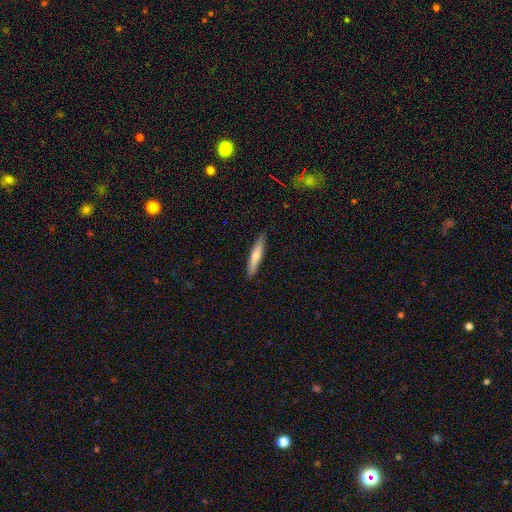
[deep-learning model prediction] smooth_or_featured: smooth (p=0.65) [alt: featured or disk p=0.29]
how_rounded: cigar-shaped (p=0.89) [alt: in between p=0.10]
merging: none (p=0.88) [alt: minor disturbance p=0.09]